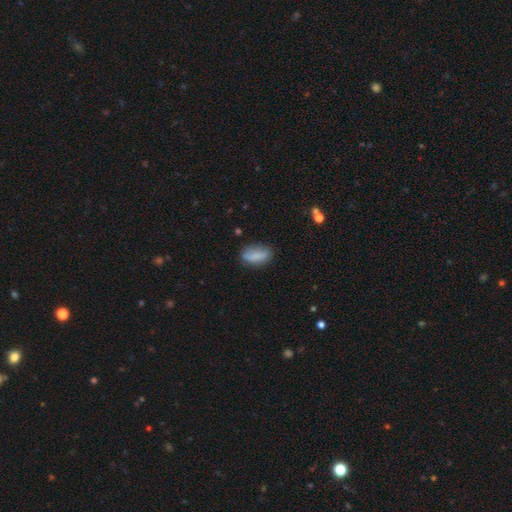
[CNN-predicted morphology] This appears to be a smooth galaxy with no disk features (82%) that is in between round and cigar-shaped (86%). Merging: none (73%).